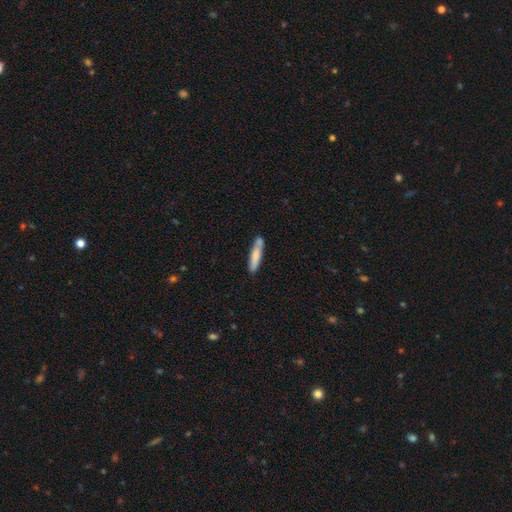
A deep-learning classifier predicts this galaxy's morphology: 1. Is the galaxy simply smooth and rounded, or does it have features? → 75% smooth, 19% featured or disk, 6% star or artifact.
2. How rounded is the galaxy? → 85% cigar-shaped, 14% in between, 1% round.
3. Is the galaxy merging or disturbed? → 64% none, 17% minor disturbance, 16% merger, 4% major disturbance.